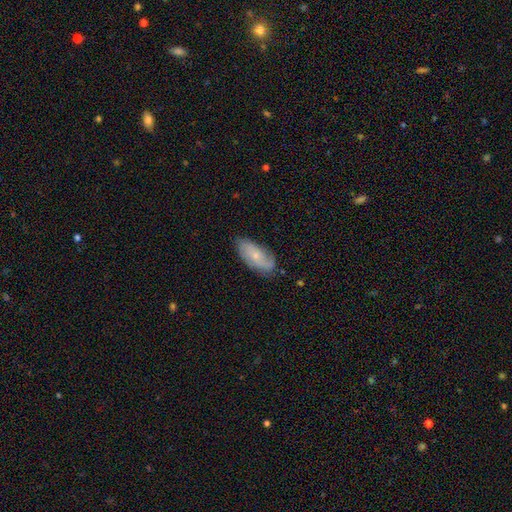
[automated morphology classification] Q: Smooth or featured?
A: featured or disk (48%); runner-up: smooth (45%)
Q: Merging?
A: none (71%); runner-up: minor disturbance (22%)